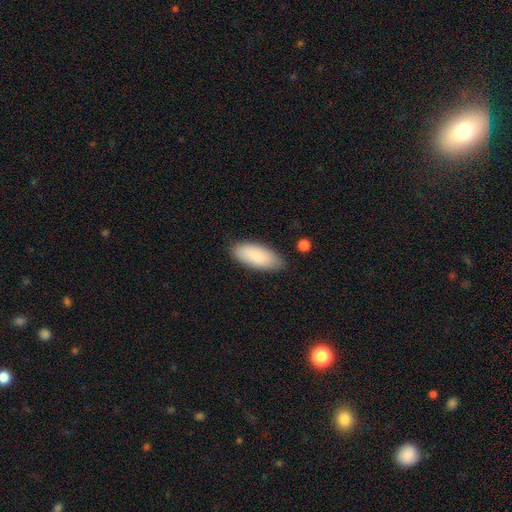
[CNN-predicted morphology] A smooth galaxy with no disk features (87%) that is in between round and cigar-shaped (83%).

Vote fractions:
- Smooth or featured? smooth: 87% / featured or disk: 7% / star or artifact: 6%
- How rounded? in between: 83% / cigar-shaped: 16% / round: 2%
- Merging? none: 83% / minor disturbance: 12% / major disturbance: 3% / merger: 2%